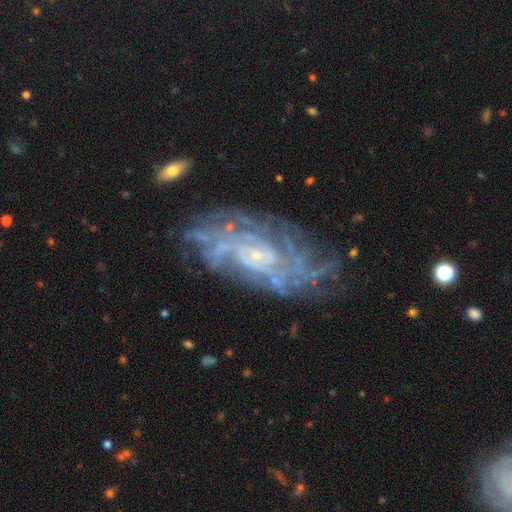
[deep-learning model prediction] This appears to be a featured or disk galaxy (83%) with no bar (67%), tight (65%) spiral arms (91%) and a small central bulge (76%). Merging: none (68%).